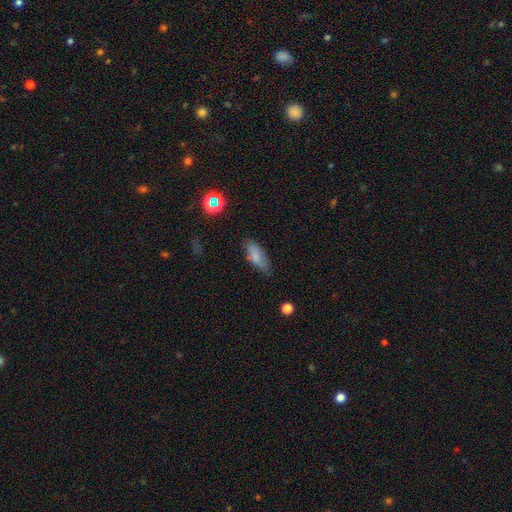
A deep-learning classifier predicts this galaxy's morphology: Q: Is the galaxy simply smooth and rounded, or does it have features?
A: smooth — 78%.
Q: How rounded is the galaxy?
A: in between — 72%.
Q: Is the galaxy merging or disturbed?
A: none — 73%.